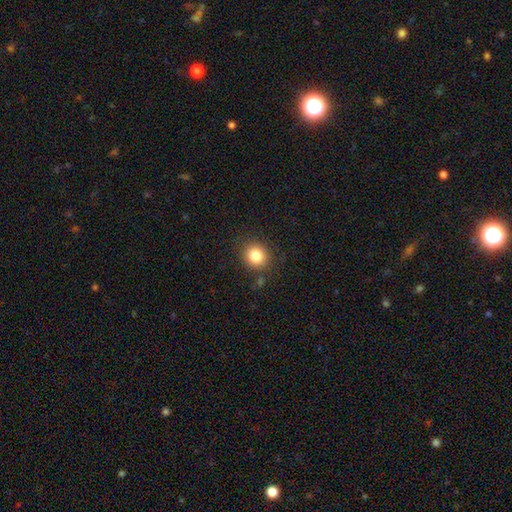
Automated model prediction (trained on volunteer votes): Smooth or featured? Predicted: smooth (p=0.82). How rounded? Predicted: round (p=0.87). Merging? Predicted: none (p=0.86).